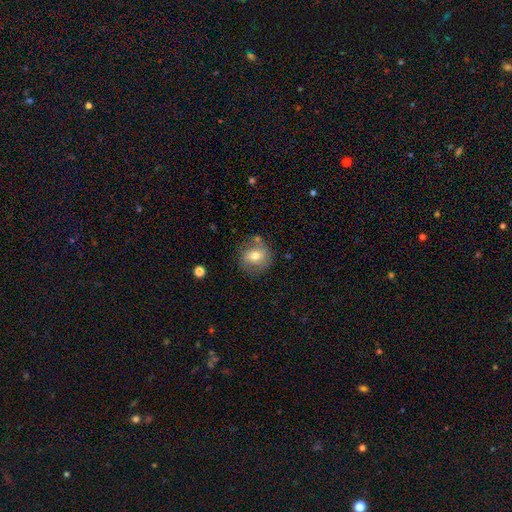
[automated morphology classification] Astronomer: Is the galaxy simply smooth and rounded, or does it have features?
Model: smooth — 66%.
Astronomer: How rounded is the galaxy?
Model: round — 77%.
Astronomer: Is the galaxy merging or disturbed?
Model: none — 72%.